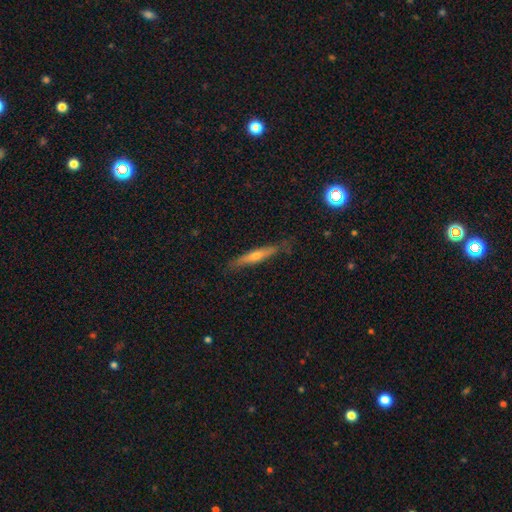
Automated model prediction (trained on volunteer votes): The model was most divided on "smooth or featured": featured or disk: 53%, smooth: 40%, star or artifact: 7%. More confident: edge-on disk — yes (92%); merging — none (81%).